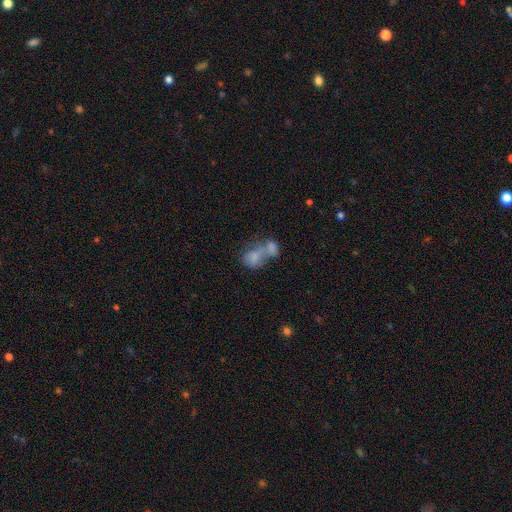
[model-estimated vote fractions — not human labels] smooth-or-featured: smooth: 70% | featured or disk: 20% | star or artifact: 10%
  how-rounded: in between: 75% | round: 23% | cigar-shaped: 2%
  merging: merger: 71% | none: 15% | minor disturbance: 7% | major disturbance: 7%